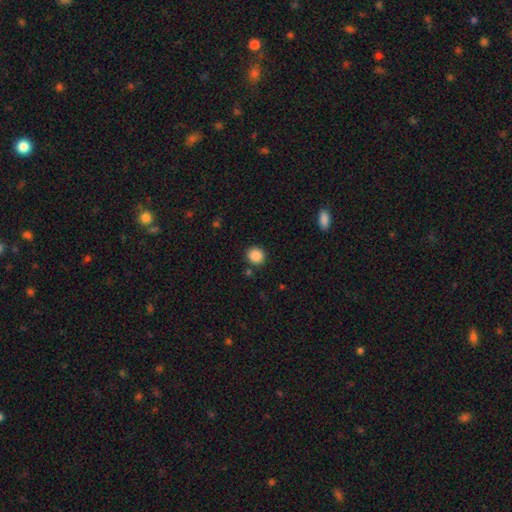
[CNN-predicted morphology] A smooth galaxy with no disk features (87%) that is round (89%). Merging: none (87%).